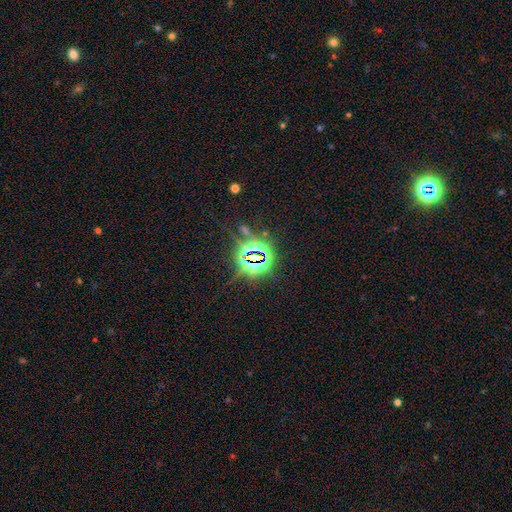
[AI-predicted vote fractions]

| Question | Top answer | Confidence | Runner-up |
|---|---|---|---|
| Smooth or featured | star or artifact | 84% | smooth (8%) |